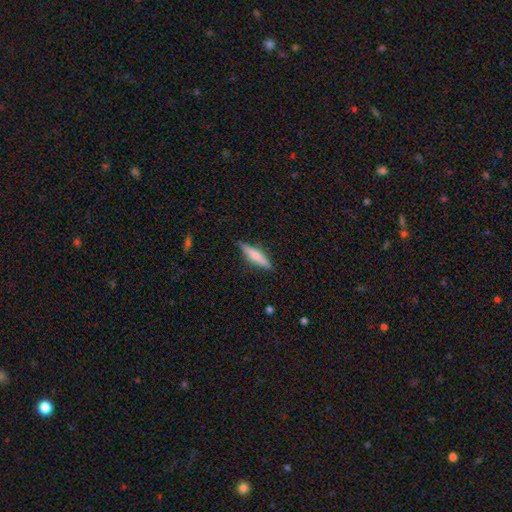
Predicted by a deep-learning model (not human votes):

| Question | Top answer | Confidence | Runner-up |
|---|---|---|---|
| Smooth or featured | smooth | 54% | featured or disk (40%) |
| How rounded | cigar-shaped | 85% | in between (13%) |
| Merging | none | 86% | minor disturbance (10%) |